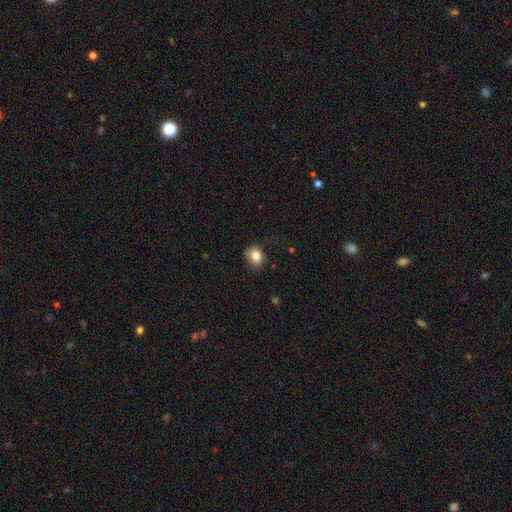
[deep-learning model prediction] smooth_or_featured: smooth (p=0.83) [alt: star or artifact p=0.10]
how_rounded: round (p=0.50) [alt: in between p=0.49]
merging: none (p=0.71) [alt: minor disturbance p=0.21]